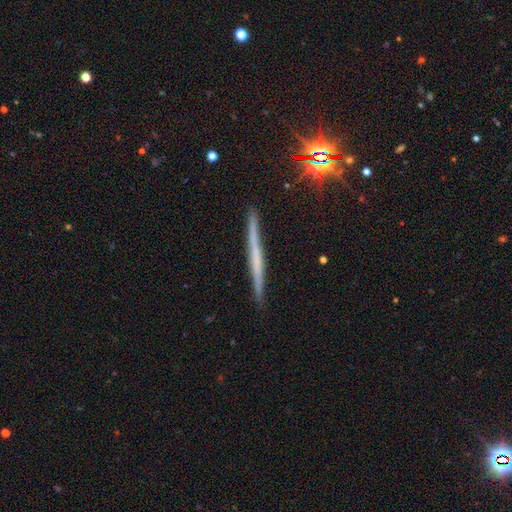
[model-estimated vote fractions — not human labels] Smooth or featured? Predicted: featured or disk (p=0.55). Edge-on disk? Predicted: yes (p=0.97). Edge-on bulge? Predicted: none (p=0.83). Merging? Predicted: none (p=0.90).